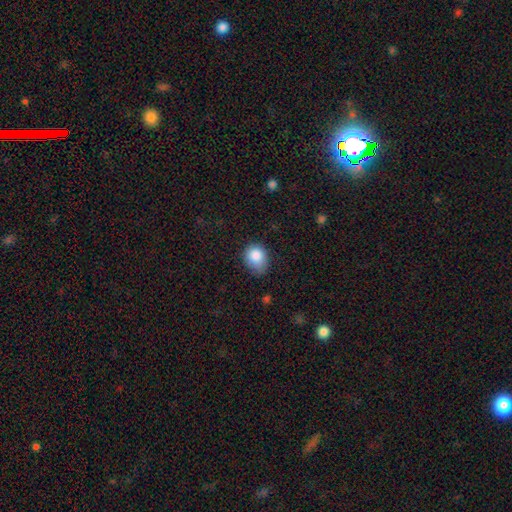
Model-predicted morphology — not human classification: Smooth or featured?
  - smooth: 85% *
  - star or artifact: 9%
  - featured or disk: 6%
How rounded?
  - round: 52% *
  - in between: 47%
  - cigar-shaped: 1%
Merging?
  - none: 56% *
  - minor disturbance: 35%
  - major disturbance: 7%
  - merger: 2%